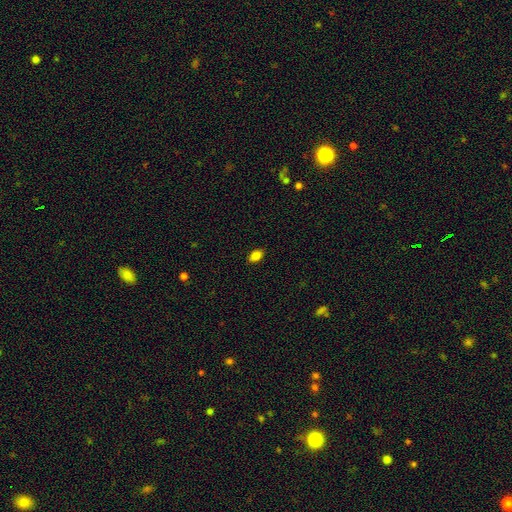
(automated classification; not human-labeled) Smooth or featured? Predicted: smooth (p=0.85). How rounded? Predicted: in between (p=0.86). Merging? Predicted: none (p=0.89).